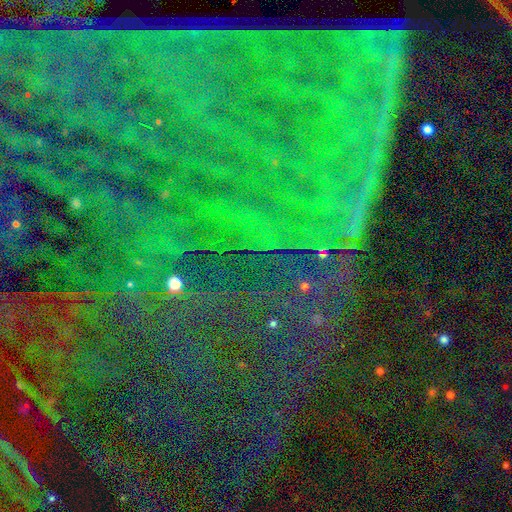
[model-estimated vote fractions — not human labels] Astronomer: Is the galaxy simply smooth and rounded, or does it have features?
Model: star or artifact — 87%.